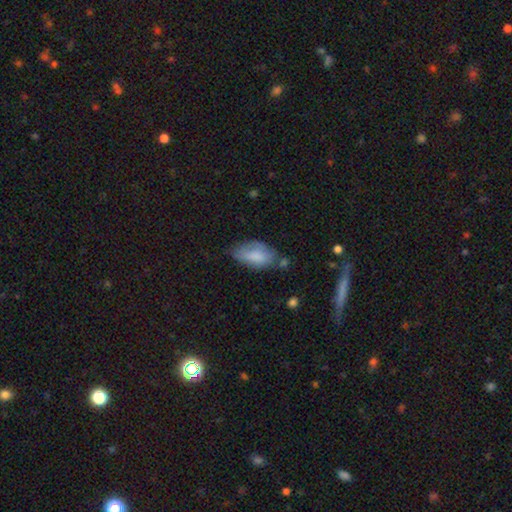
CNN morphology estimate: Q: Smooth or featured?
A: smooth (75%); runner-up: featured or disk (17%)
Q: How rounded?
A: in between (92%); runner-up: cigar-shaped (4%)
Q: Merging?
A: none (44%); runner-up: minor disturbance (37%)